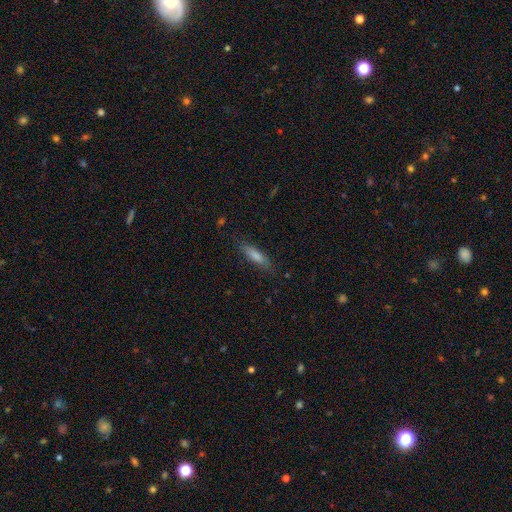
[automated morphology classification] This is likely a smooth galaxy (79%). How rounded: likely cigar-shaped (63%). Merging: clearly none (81%).